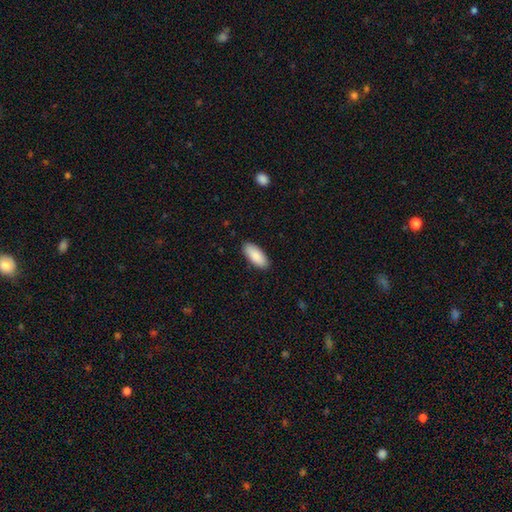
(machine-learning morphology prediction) The model was most divided on "how rounded": in between: 87%, cigar-shaped: 12%, round: 2%. More confident: smooth or featured — smooth (89%); merging — none (88%).